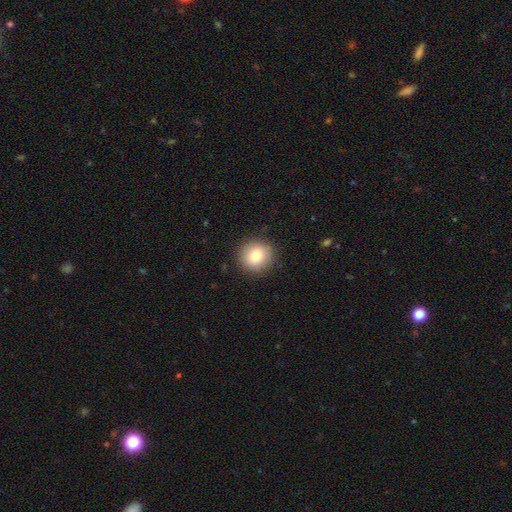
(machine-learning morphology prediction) Smooth or featured? Predicted: smooth (p=0.81). How rounded? Predicted: round (p=0.90). Merging? Predicted: none (p=0.89).